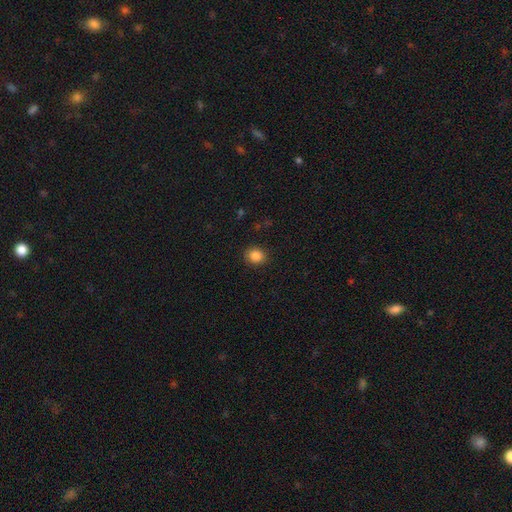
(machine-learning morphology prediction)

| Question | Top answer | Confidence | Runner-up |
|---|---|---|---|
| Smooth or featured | smooth | 86% | star or artifact (10%) |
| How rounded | round | 71% | in between (28%) |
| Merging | none | 88% | minor disturbance (8%) |